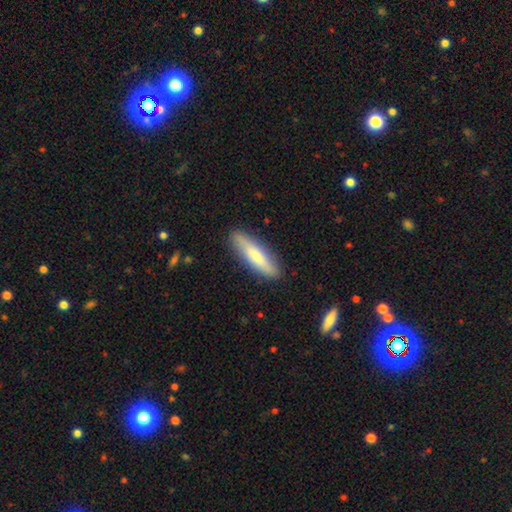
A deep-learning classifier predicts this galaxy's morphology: Q: Smooth or featured?
A: smooth (70%); runner-up: featured or disk (25%)
Q: How rounded?
A: cigar-shaped (75%); runner-up: in between (23%)
Q: Merging?
A: none (87%); runner-up: minor disturbance (10%)